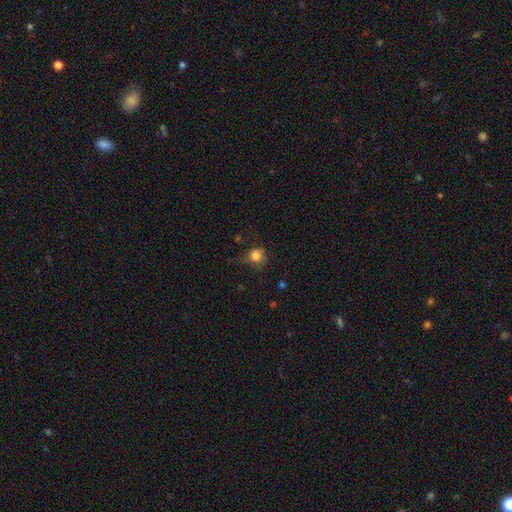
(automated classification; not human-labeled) smooth-or-featured: smooth: 80% | star or artifact: 12% | featured or disk: 8%
  how-rounded: round: 78% | in between: 21% | cigar-shaped: 1%
  merging: none: 52% | minor disturbance: 29% | major disturbance: 17% | merger: 2%